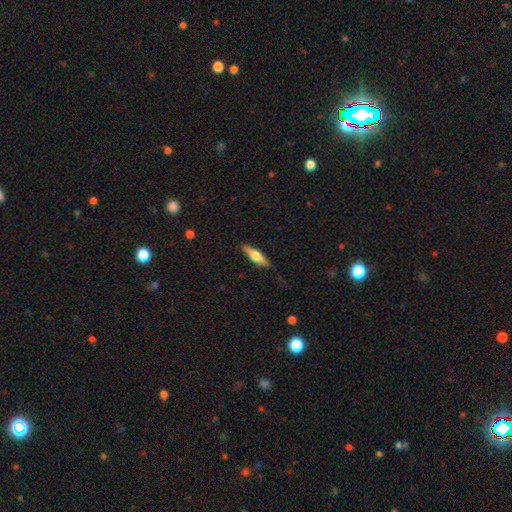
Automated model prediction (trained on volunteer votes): smooth_or_featured: featured or disk (p=0.56) [alt: smooth p=0.38]
disk_edge_on: yes (p=0.95) [alt: no p=0.05]
edge_on_bulge: rounded (p=0.92) [alt: boxy p=0.06]
merging: none (p=0.85) [alt: minor disturbance p=0.11]